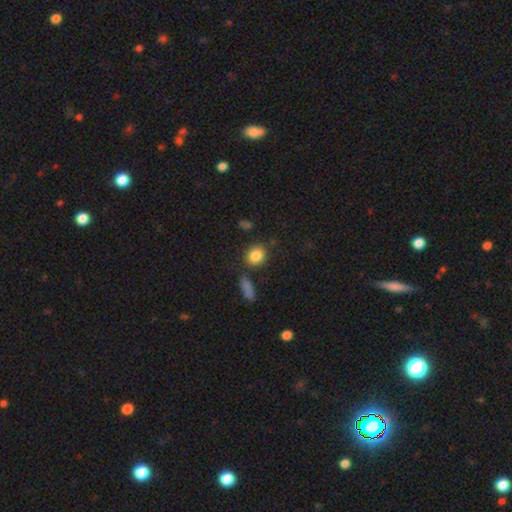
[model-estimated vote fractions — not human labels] Smooth or featured: smooth — 85% (star or artifact — 9%)
How rounded: round — 71% (in between — 27%)
Merging: none — 80% (minor disturbance — 10%)